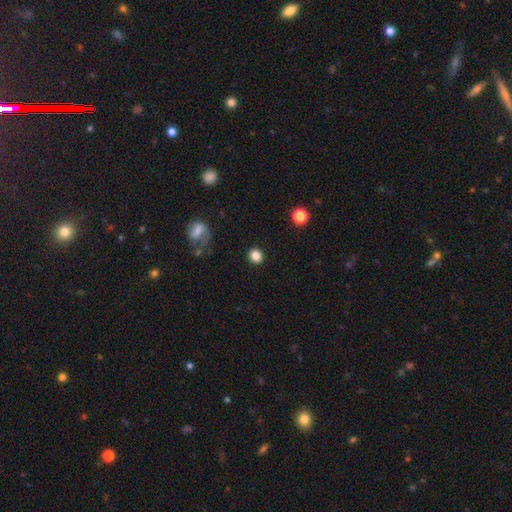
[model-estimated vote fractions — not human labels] A smooth galaxy with no disk features (85%) that is round (80%). Merging: none (90%).